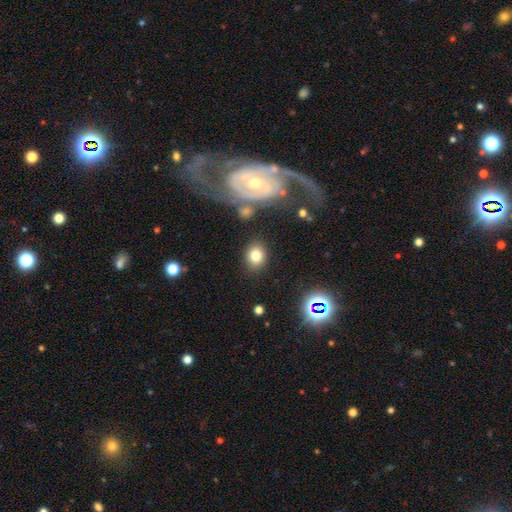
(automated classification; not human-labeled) Smooth or featured: smooth — 79% (featured or disk — 11%)
How rounded: round — 55% (in between — 44%)
Merging: none — 82% (minor disturbance — 10%)